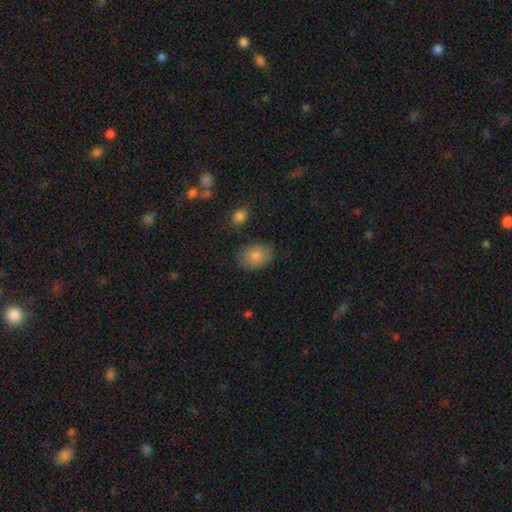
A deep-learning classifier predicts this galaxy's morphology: Smooth or featured? smooth (82%)
How rounded? in between (70%)
Merging? none (79%)